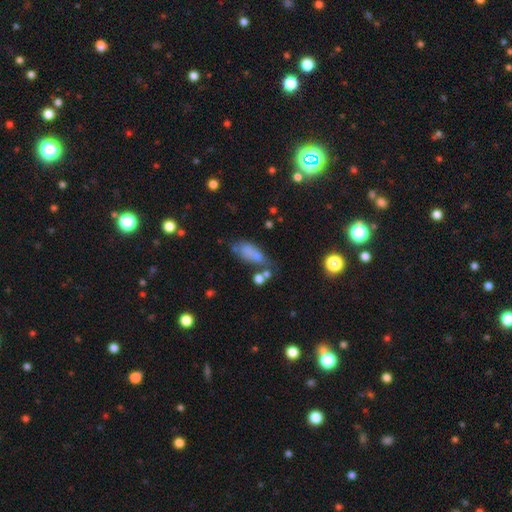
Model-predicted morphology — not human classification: type=smooth (64%); roundness=in between (75%); merging=none (44%).